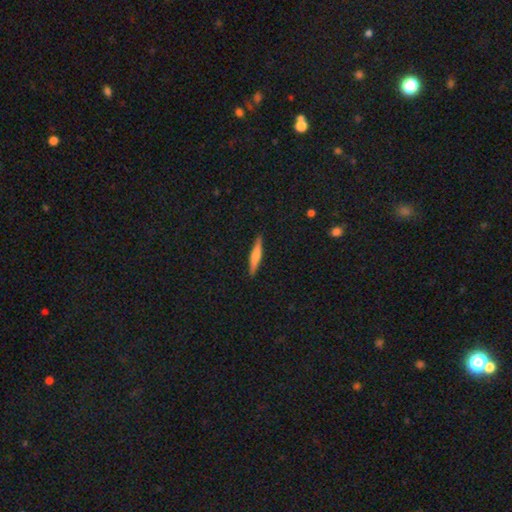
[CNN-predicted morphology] Smooth or featured: smooth — 55% (featured or disk — 40%)
How rounded: cigar-shaped — 91% (in between — 8%)
Merging: none — 91% (minor disturbance — 7%)